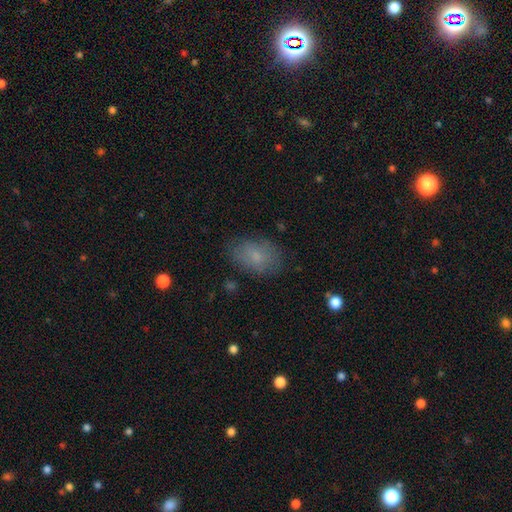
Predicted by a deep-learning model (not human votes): Smooth or featured? smooth (74%)
How rounded? in between (86%)
Merging? none (77%)